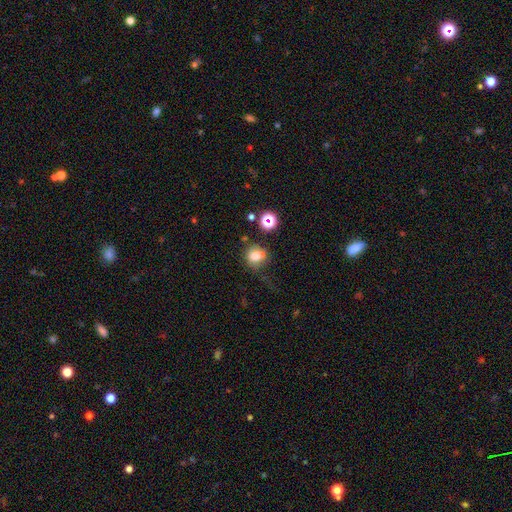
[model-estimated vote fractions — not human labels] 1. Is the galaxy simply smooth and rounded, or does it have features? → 70% smooth, 16% star or artifact, 13% featured or disk.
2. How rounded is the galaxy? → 66% round, 33% in between, 1% cigar-shaped.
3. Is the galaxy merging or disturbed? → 51% none, 21% minor disturbance, 17% merger, 11% major disturbance.